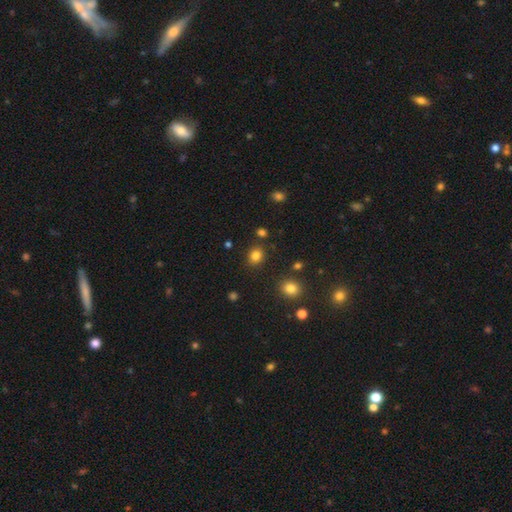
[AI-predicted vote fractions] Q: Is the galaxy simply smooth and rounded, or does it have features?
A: smooth — 82%.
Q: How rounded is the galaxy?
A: round — 67%.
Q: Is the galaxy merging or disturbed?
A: none — 85%.